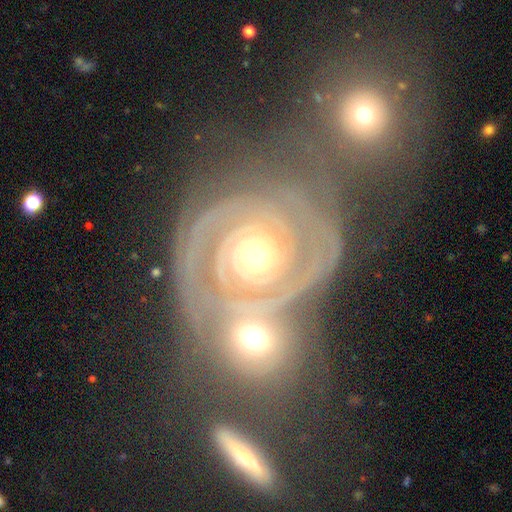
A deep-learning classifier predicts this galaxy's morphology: The model was most divided on "merging": none: 41%, merger: 35%, minor disturbance: 14%, major disturbance: 10%. More confident: edge-on disk — no (96%); spiral arms — yes (95%); smooth or featured — featured or disk (87%); bar — no (74%); spiral winding — tight (69%); spiral arm count — 2 (64%); bulge size — moderate (58%).